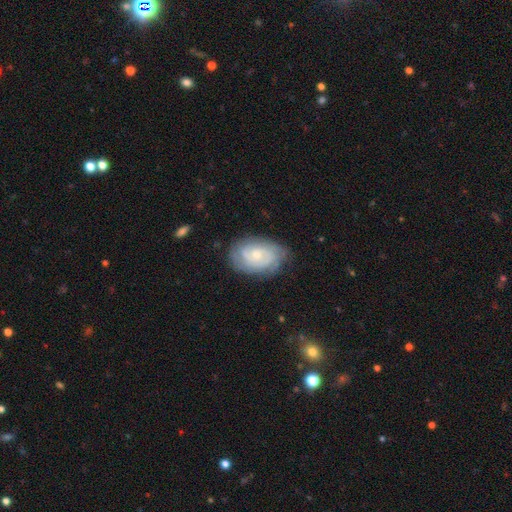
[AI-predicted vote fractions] The model was most divided on "spiral arm count": can't tell: 39%, 2: 35%, 3: 13%, 4: 5%, 1: 4%, more than 4: 3%. More confident: edge-on disk — no (96%); spiral arms — yes (89%); merging — none (72%); smooth or featured — featured or disk (71%); bar — no (70%); spiral winding — tight (63%); bulge size — small (56%).